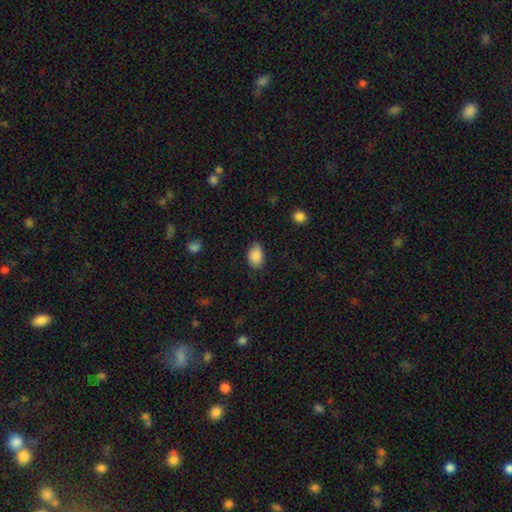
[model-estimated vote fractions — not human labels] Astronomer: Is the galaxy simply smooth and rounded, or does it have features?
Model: smooth — 89%.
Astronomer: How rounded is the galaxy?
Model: in between — 88%.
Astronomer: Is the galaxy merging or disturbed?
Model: none — 79%.